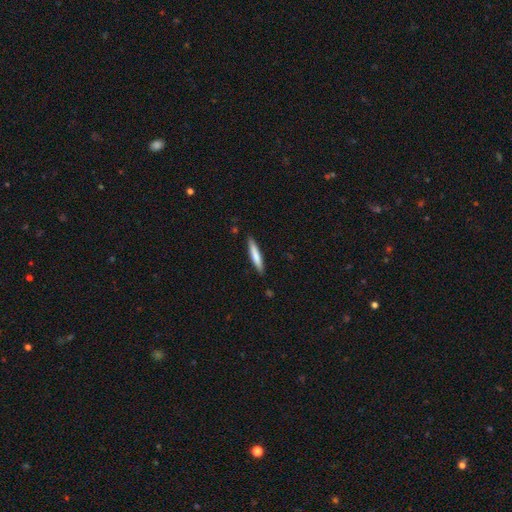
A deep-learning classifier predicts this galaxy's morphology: type=smooth (74%); roundness=cigar-shaped (90%); merging=none (88%).